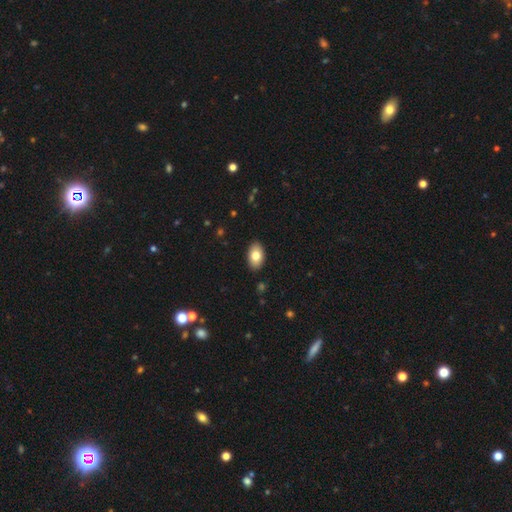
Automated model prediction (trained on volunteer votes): Q: Smooth or featured?
A: smooth (80%); runner-up: featured or disk (13%)
Q: How rounded?
A: in between (93%); runner-up: round (6%)
Q: Merging?
A: none (89%); runner-up: minor disturbance (8%)